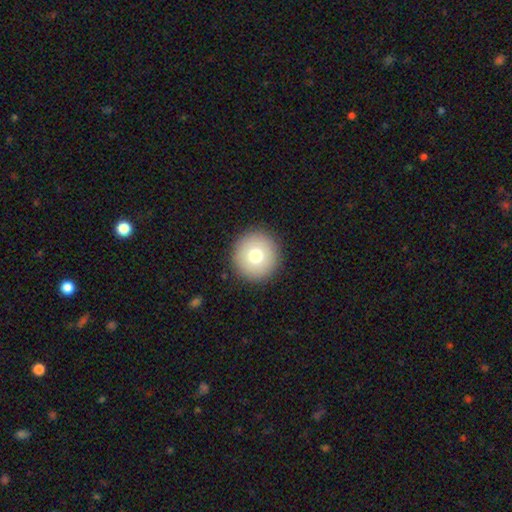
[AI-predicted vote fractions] Morphology: type=smooth (76%); roundness=round (95%); merging=none (92%).